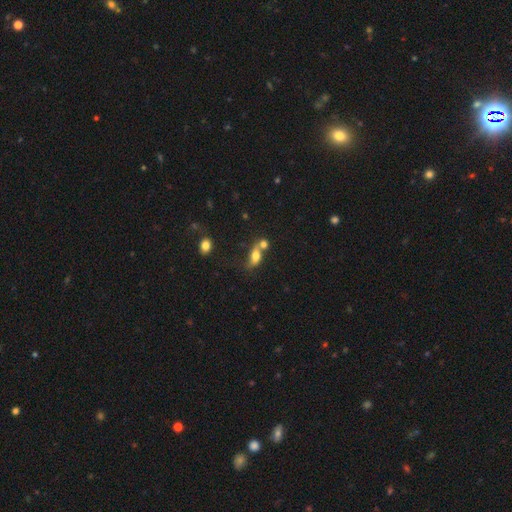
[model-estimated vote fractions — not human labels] smooth-or-featured: smooth: 66% | featured or disk: 23% | star or artifact: 11%
  how-rounded: in between: 70% | round: 16% | cigar-shaped: 14%
  merging: merger: 47% | none: 33% | minor disturbance: 13% | major disturbance: 8%